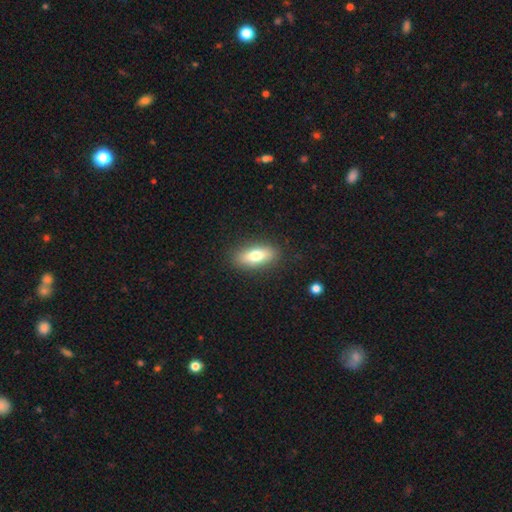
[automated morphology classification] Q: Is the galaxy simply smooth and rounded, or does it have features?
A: smooth — 74%.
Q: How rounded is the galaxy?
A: in between — 75%.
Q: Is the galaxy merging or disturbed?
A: none — 87%.